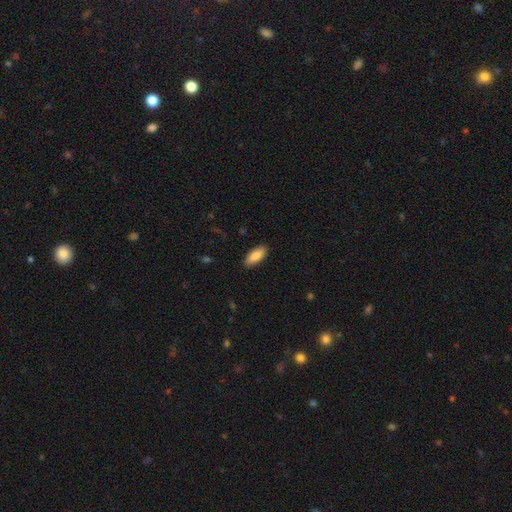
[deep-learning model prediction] A smooth galaxy with no disk features (87%) that is in between round and cigar-shaped (84%).

Vote fractions:
- Smooth or featured? smooth: 87% / featured or disk: 7% / star or artifact: 6%
- How rounded? in between: 84% / cigar-shaped: 14% / round: 2%
- Merging? none: 89% / minor disturbance: 8% / major disturbance: 2% / merger: 1%